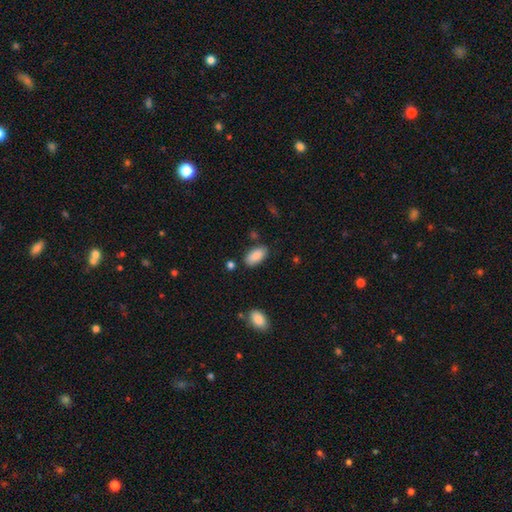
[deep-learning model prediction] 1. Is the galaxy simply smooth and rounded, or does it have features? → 87% smooth, 7% star or artifact, 6% featured or disk.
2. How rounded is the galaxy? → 93% in between, 4% cigar-shaped, 2% round.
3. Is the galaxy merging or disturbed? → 81% none, 13% minor disturbance, 3% merger, 3% major disturbance.